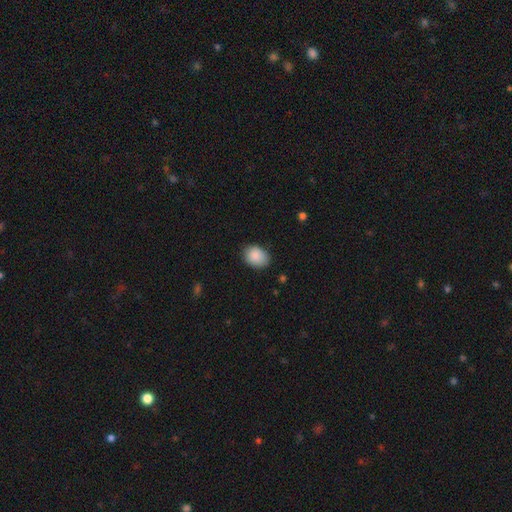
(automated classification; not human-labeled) Overall: smooth (88%). How rounded: in between (71%). Merging: none (80%).